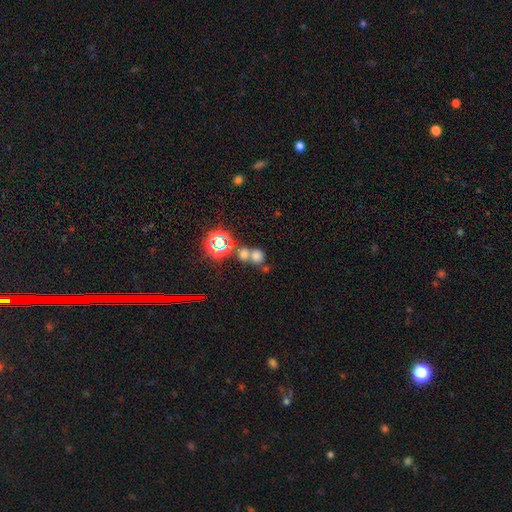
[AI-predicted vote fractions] Smooth or featured: smooth — 64% (star or artifact — 26%)
How rounded: round — 78% (in between — 21%)
Merging: merger — 47% (none — 42%)